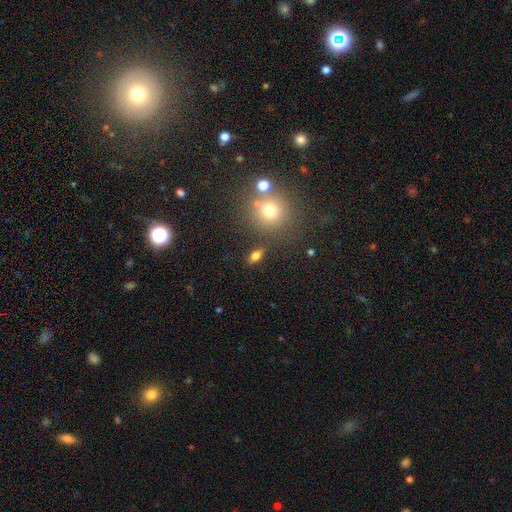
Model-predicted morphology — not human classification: Q: Smooth or featured?
A: smooth (75%); runner-up: star or artifact (13%)
Q: How rounded?
A: in between (78%); runner-up: round (15%)
Q: Merging?
A: none (82%); runner-up: minor disturbance (9%)